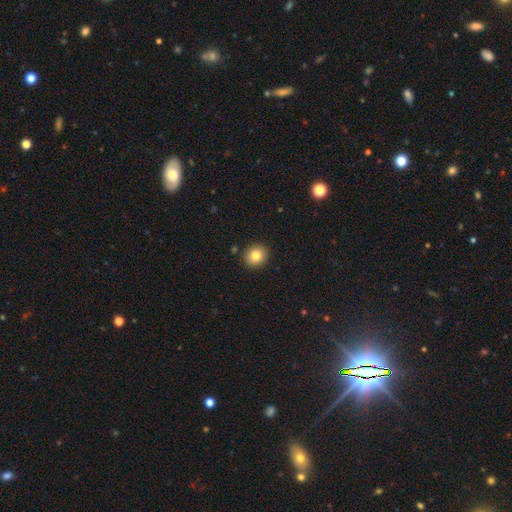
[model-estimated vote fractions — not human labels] Q: Smooth or featured?
A: smooth (83%); runner-up: star or artifact (10%)
Q: How rounded?
A: round (79%); runner-up: in between (21%)
Q: Merging?
A: none (90%); runner-up: minor disturbance (7%)